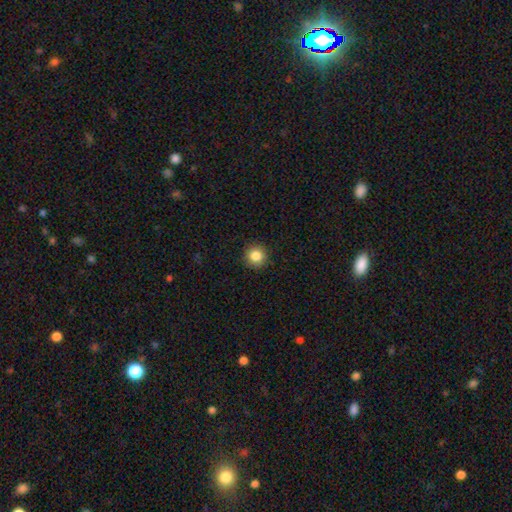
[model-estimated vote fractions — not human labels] smooth-or-featured: smooth: 85% | star or artifact: 10% | featured or disk: 5%
  how-rounded: round: 94% | in between: 5% | cigar-shaped: 1%
  merging: none: 92% | minor disturbance: 6% | major disturbance: 2% | merger: 1%